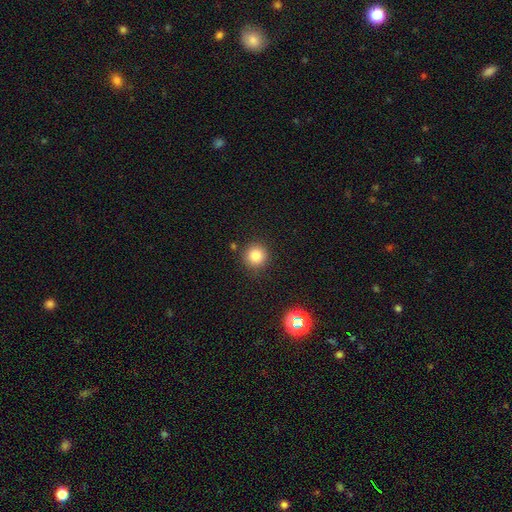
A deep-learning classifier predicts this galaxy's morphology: Smooth or featured: smooth — 84% (star or artifact — 11%)
How rounded: round — 94% (in between — 5%)
Merging: none — 87% (minor disturbance — 7%)